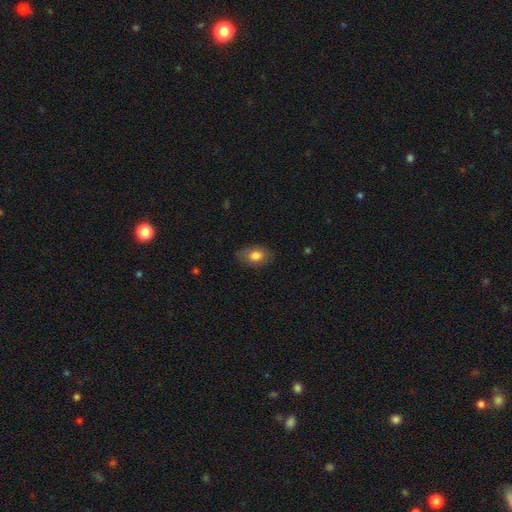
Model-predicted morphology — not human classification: Q: Smooth or featured?
A: smooth (79%); runner-up: featured or disk (13%)
Q: How rounded?
A: in between (83%); runner-up: round (15%)
Q: Merging?
A: none (81%); runner-up: minor disturbance (14%)